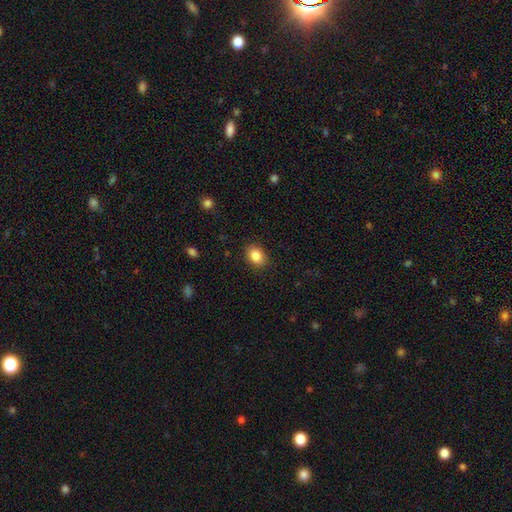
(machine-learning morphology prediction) The model was most divided on "how rounded": in between: 65%, round: 34%, cigar-shaped: 1%. More confident: merging — none (87%); smooth or featured — smooth (86%).